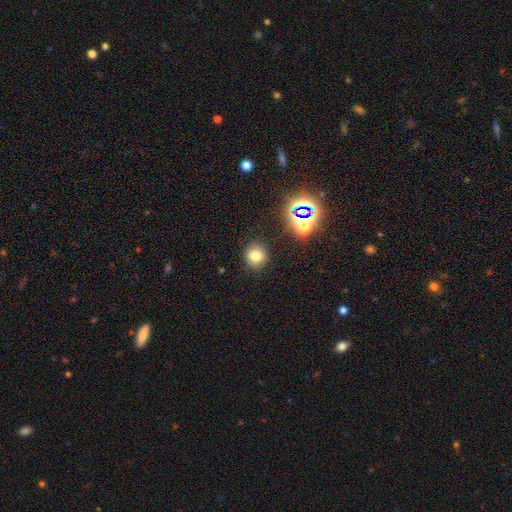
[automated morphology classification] A smooth galaxy with no disk features (75%) that is round (84%). Merging: none (88%).